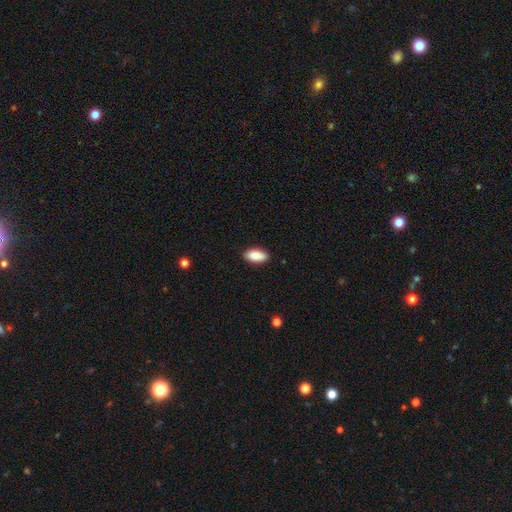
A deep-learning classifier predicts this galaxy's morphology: A smooth galaxy with no disk features (89%) that is in between round and cigar-shaped (92%).

Vote fractions:
- Smooth or featured? smooth: 89% / star or artifact: 6% / featured or disk: 5%
- How rounded? in between: 92% / cigar-shaped: 6% / round: 2%
- Merging? none: 88% / minor disturbance: 9% / major disturbance: 2% / merger: 1%